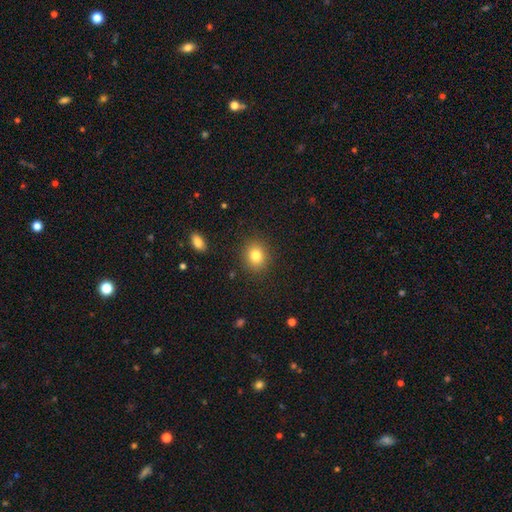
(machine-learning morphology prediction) Overall: smooth (82%). How rounded: round (68%; in between 31%). Merging: none (88%).